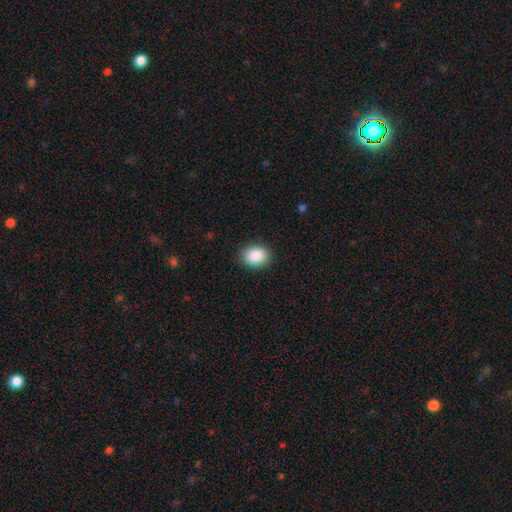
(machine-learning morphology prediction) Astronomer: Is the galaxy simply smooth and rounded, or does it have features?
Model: smooth — 89%.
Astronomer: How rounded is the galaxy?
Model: in between — 61% (runner-up: round, 38%).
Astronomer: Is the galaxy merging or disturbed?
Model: none — 89%.